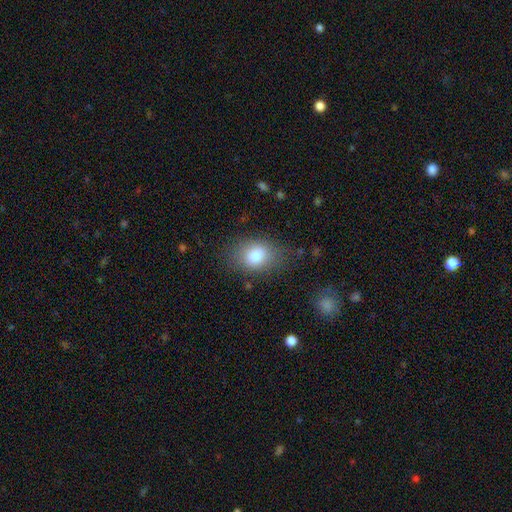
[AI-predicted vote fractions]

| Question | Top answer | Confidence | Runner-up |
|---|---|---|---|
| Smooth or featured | smooth | 82% | featured or disk (9%) |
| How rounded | in between | 72% | round (27%) |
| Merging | none | 74% | minor disturbance (18%) |